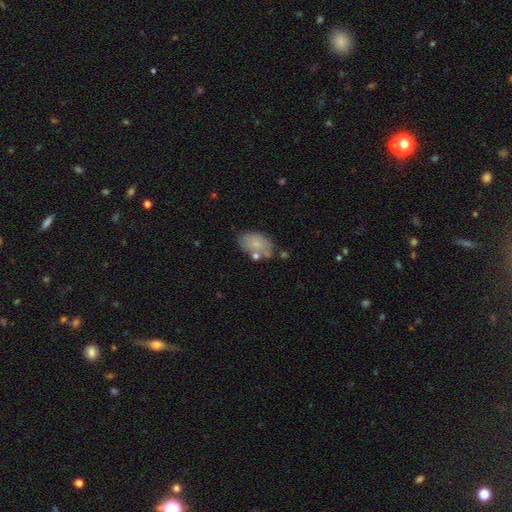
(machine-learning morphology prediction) A smooth galaxy with no disk features (71%) that is in between round and cigar-shaped (90%).

Vote fractions:
- Smooth or featured? smooth: 71% / featured or disk: 21% / star or artifact: 8%
- How rounded? in between: 90% / round: 9% / cigar-shaped: 2%
- Merging? none: 59% / minor disturbance: 22% / merger: 12% / major disturbance: 7%